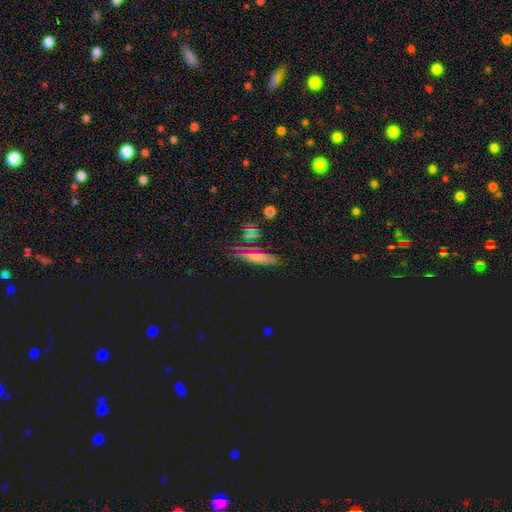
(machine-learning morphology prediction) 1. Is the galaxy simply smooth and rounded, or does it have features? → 46% smooth, 34% star or artifact, 20% featured or disk.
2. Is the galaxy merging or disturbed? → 77% none, 14% minor disturbance, 5% major disturbance, 4% merger.